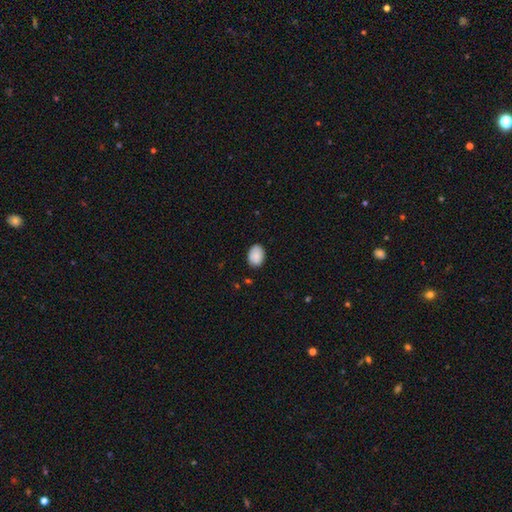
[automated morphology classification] This is clearly a smooth galaxy (87%). How rounded: likely in between (79%). Merging: clearly none (83%).